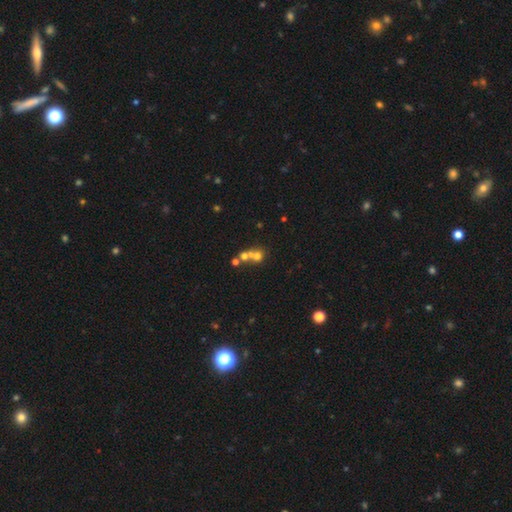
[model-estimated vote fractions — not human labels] smooth-or-featured: smooth: 57% | featured or disk: 24% | star or artifact: 20%
  how-rounded: round: 81% | in between: 17% | cigar-shaped: 1%
  merging: merger: 55% | none: 35% | minor disturbance: 6% | major disturbance: 4%